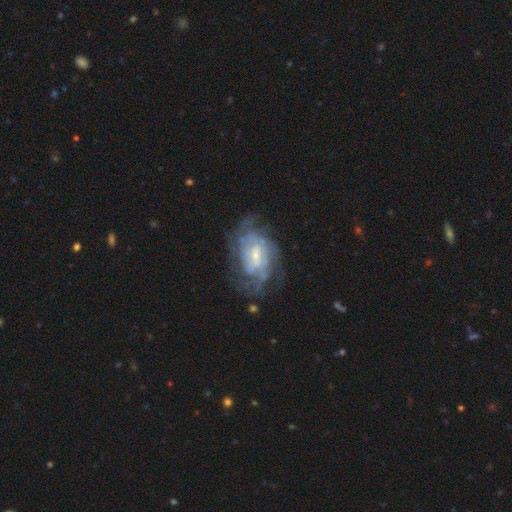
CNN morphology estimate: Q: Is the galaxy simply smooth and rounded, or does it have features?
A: featured or disk — 82%.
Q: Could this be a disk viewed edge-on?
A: no — 97%.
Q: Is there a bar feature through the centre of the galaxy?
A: weak — 55%.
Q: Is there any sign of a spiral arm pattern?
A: yes — 88%.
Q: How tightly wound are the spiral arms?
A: tight — 53%.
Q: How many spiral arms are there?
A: can't tell — 49%.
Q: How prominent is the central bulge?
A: small — 53%.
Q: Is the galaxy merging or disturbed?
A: none — 63%.